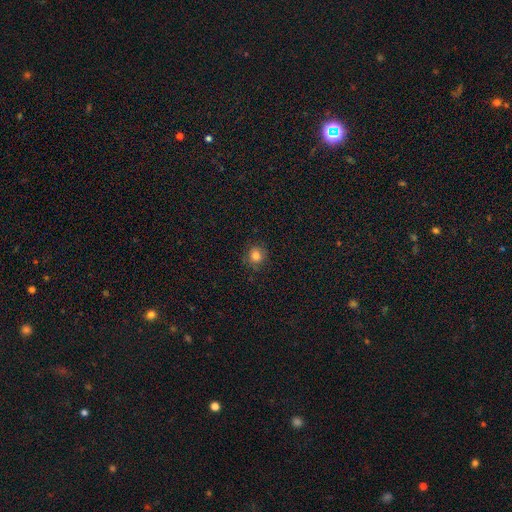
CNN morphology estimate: Smooth or featured? smooth (82%)
How rounded? round (86%)
Merging? none (83%)